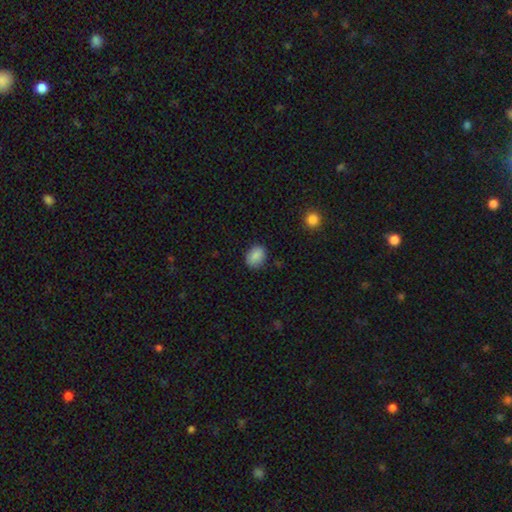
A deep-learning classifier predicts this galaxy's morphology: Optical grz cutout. It shows a smooth galaxy with no disk features (87%) that is in between round and cigar-shaped (56%). Merging: none (82%).